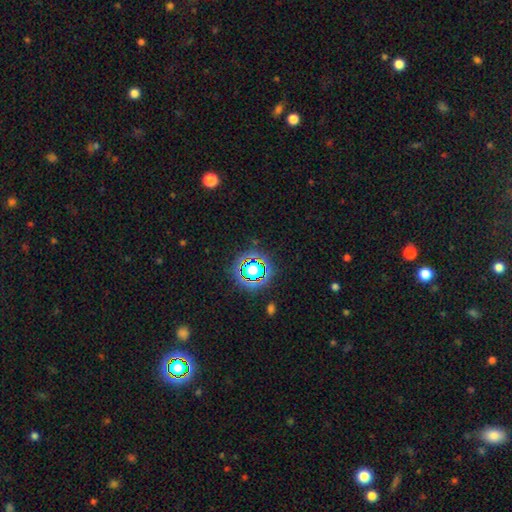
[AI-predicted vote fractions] Morphology: type=star or artifact (78%).